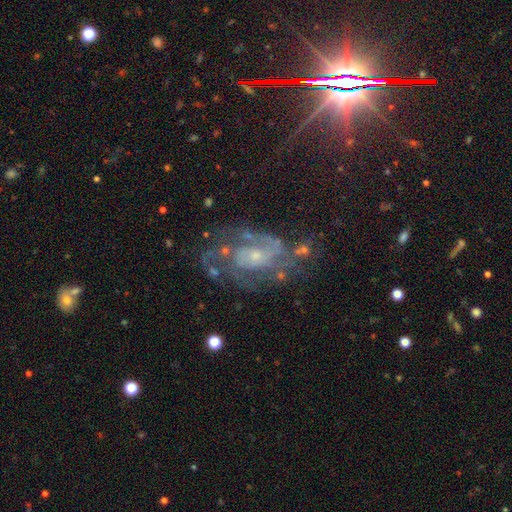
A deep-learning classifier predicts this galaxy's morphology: Smooth or featured: featured or disk — 83% (star or artifact — 10%)
Edge-on disk: no — 97% (yes — 3%)
Bar: no — 67% (weak — 27%)
Spiral arms: yes — 93% (no — 7%)
Spiral winding: medium — 45% (tight — 41%)
Spiral arm count: 2 — 40% (can't tell — 26%)
Bulge size: small — 68% (moderate — 25%)
Merging: none — 58% (minor disturbance — 19%)